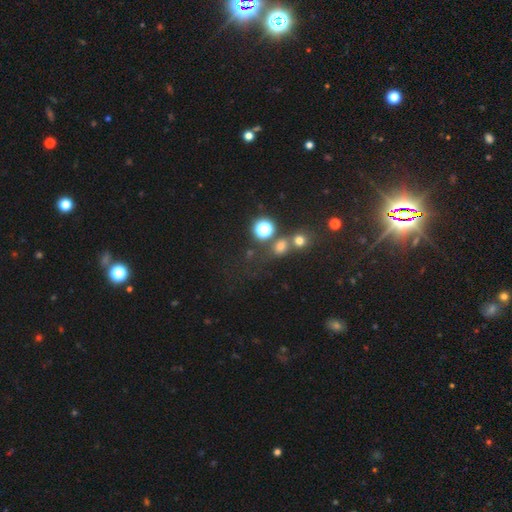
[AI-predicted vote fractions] A star or artifact, not a galaxy (68%).

Vote fractions:
- Smooth or featured? star or artifact: 68% / smooth: 22% / featured or disk: 9%